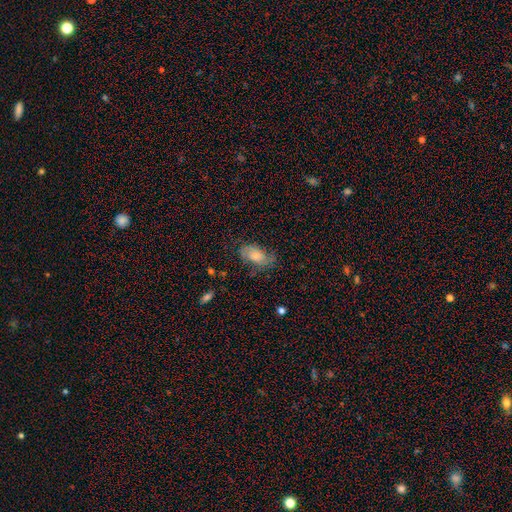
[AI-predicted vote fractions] Smooth or featured: smooth — 66% (featured or disk — 26%)
How rounded: in between — 91% (round — 5%)
Merging: none — 59% (minor disturbance — 27%)